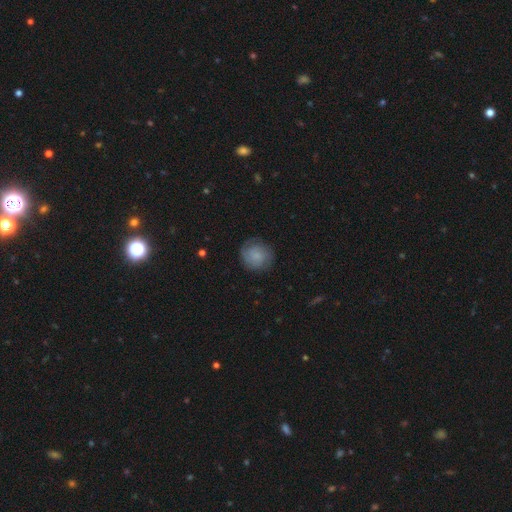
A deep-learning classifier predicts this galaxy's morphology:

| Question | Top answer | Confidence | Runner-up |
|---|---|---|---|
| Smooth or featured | smooth | 60% | featured or disk (31%) |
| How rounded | round | 87% | in between (12%) |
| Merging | none | 78% | minor disturbance (15%) |